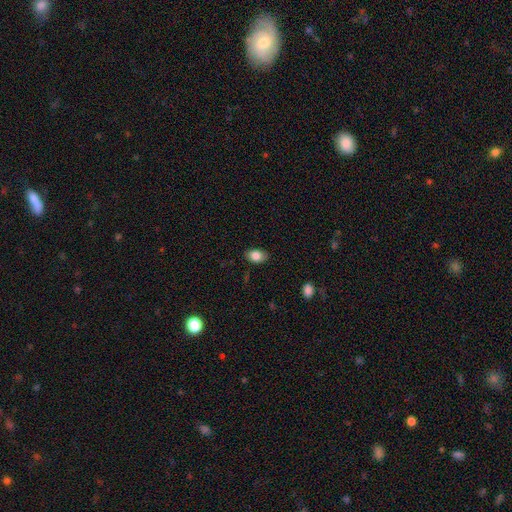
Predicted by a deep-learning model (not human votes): Smooth or featured: smooth — 84% (star or artifact — 8%)
How rounded: in between — 85% (round — 14%)
Merging: none — 85% (minor disturbance — 12%)